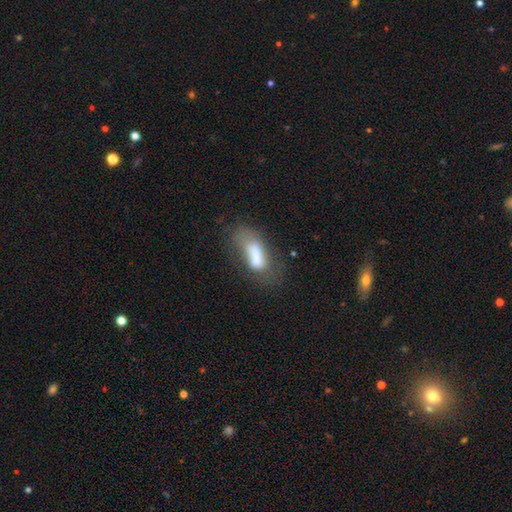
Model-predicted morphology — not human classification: smooth-or-featured: smooth: 62% | featured or disk: 27% | star or artifact: 10%
  how-rounded: in between: 81% | cigar-shaped: 15% | round: 4%
  merging: major disturbance: 35% | none: 27% | minor disturbance: 23% | merger: 14%